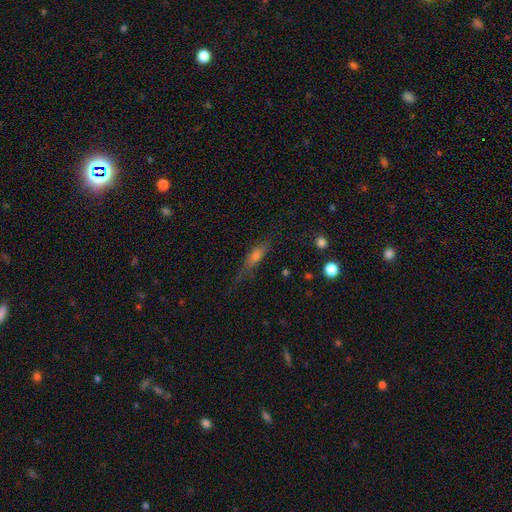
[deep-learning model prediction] Smooth or featured? Predicted: smooth (p=0.52). How rounded? Predicted: cigar-shaped (p=0.62). Merging? Predicted: none (p=0.58).